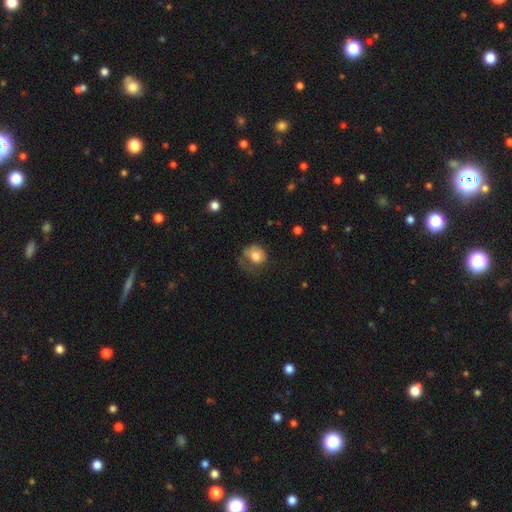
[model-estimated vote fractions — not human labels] Overall: smooth (73%). How rounded: round (69%; in between 30%). Merging: none (37%; major disturbance 34%).